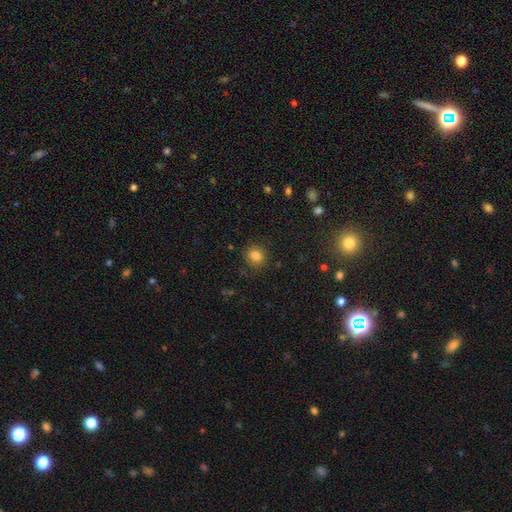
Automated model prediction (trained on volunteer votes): smooth-or-featured: smooth: 82% | star or artifact: 12% | featured or disk: 6%
  how-rounded: round: 83% | in between: 16% | cigar-shaped: 1%
  merging: none: 87% | minor disturbance: 9% | major disturbance: 3% | merger: 1%